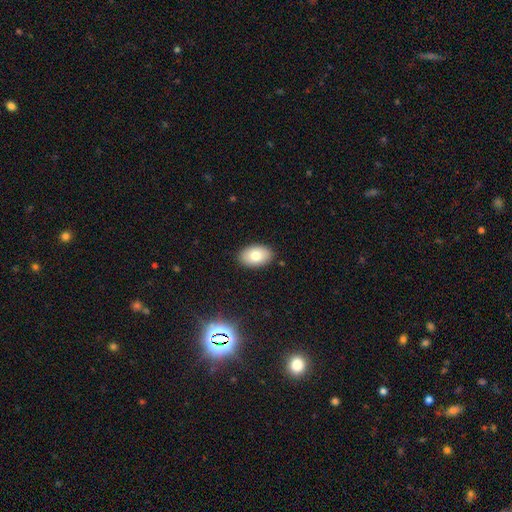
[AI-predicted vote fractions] Smooth or featured? Predicted: smooth (p=0.78). How rounded? Predicted: in between (p=0.91). Merging? Predicted: none (p=0.88).